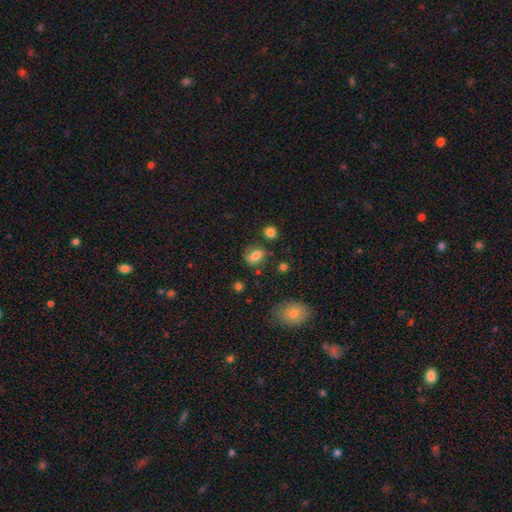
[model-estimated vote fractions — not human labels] This is likely a smooth galaxy (75%). How rounded: likely in between (74%). Merging: likely none (68%).